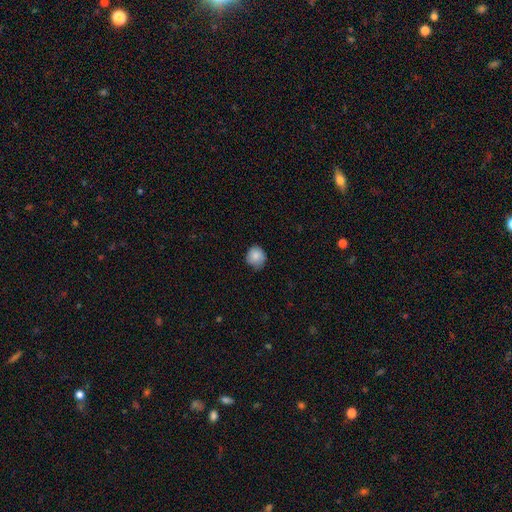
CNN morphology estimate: Smooth or featured: smooth — 84% (star or artifact — 9%)
How rounded: round — 86% (in between — 13%)
Merging: none — 72% (minor disturbance — 23%)